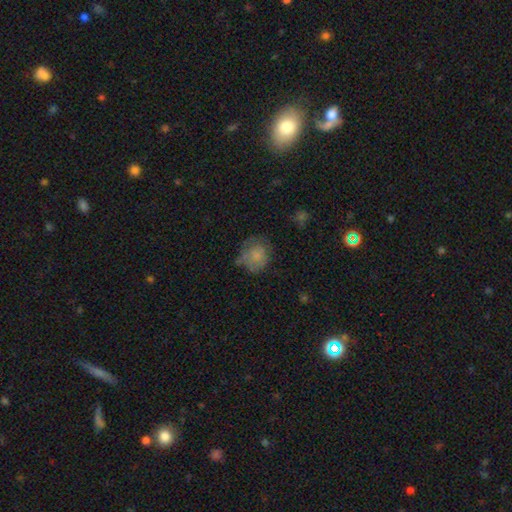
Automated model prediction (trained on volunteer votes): smooth_or_featured: smooth (p=0.73) [alt: featured or disk p=0.18]
how_rounded: round (p=0.73) [alt: in between p=0.26]
merging: none (p=0.47) [alt: minor disturbance p=0.32]